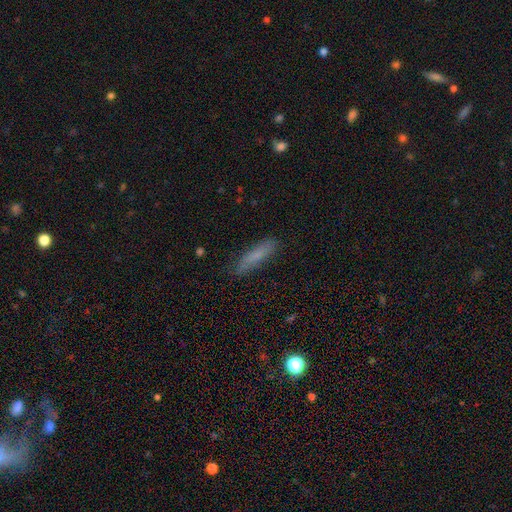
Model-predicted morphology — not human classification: The model was most divided on "smooth or featured": smooth: 74%, featured or disk: 18%, star or artifact: 8%. More confident: merging — none (83%); how rounded — cigar-shaped (79%).